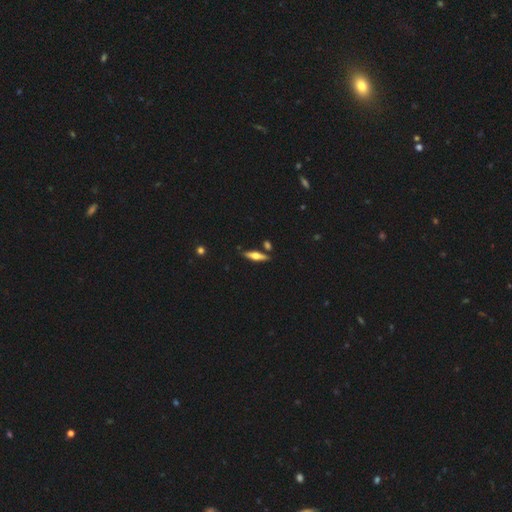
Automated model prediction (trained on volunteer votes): This is possibly a featured or disk galaxy (52%). It is clearly viewed edge-on (94%). Merging: clearly none (82%).